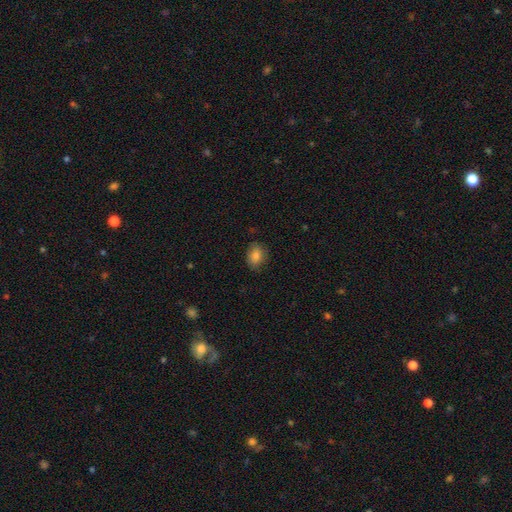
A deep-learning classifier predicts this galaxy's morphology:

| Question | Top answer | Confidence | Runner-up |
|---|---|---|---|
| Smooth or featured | smooth | 83% | star or artifact (10%) |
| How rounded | in between | 56% | round (43%) |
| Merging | none | 81% | minor disturbance (15%) |